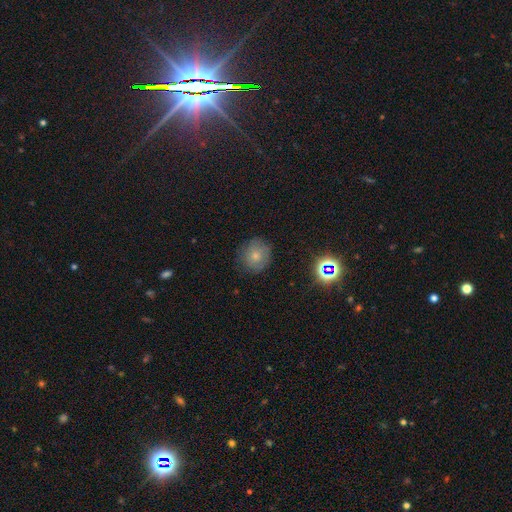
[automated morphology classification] type=smooth (72%); roundness=round (87%); merging=none (80%).